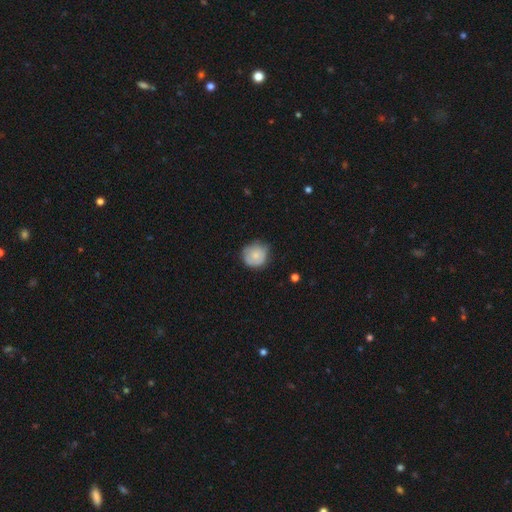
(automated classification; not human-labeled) smooth_or_featured: smooth (p=0.73) [alt: featured or disk p=0.20]
how_rounded: round (p=0.89) [alt: in between p=0.10]
merging: none (p=0.64) [alt: minor disturbance p=0.29]